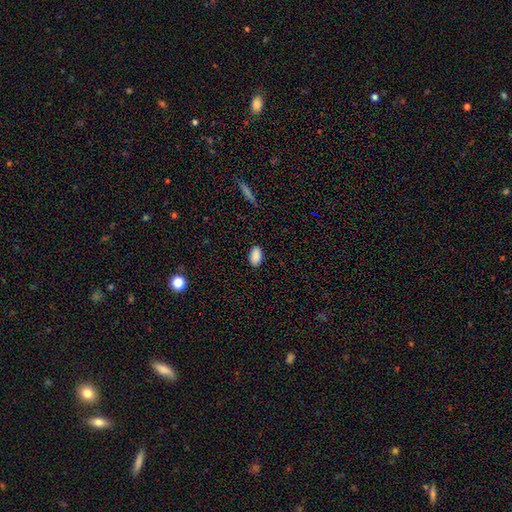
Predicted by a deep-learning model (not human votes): smooth 89%, star or artifact 8%, featured or disk 3%. Down the decision tree: how rounded — in between (93%); merging — none (87%).